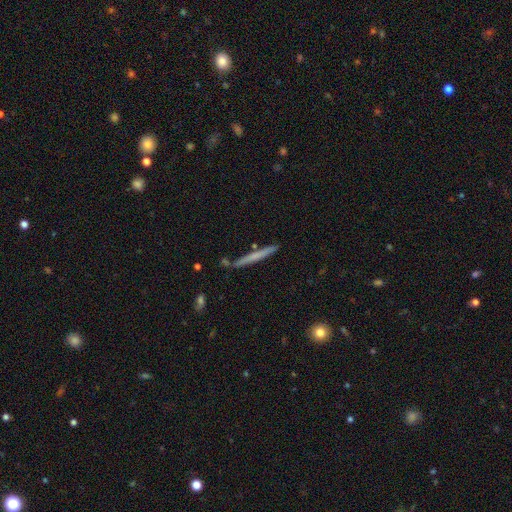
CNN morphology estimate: Smooth or featured?
  - smooth: 52% *
  - featured or disk: 42%
  - star or artifact: 6%
How rounded?
  - cigar-shaped: 97% *
  - in between: 2%
  - round: 1%
Merging?
  - none: 86% *
  - minor disturbance: 9%
  - merger: 3%
  - major disturbance: 2%